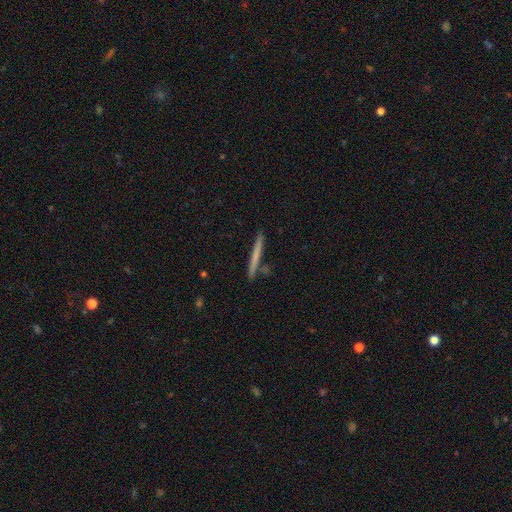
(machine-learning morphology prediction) The model was most divided on "smooth or featured": smooth: 56%, featured or disk: 38%, star or artifact: 6%. More confident: how rounded — cigar-shaped (97%); merging — none (87%).